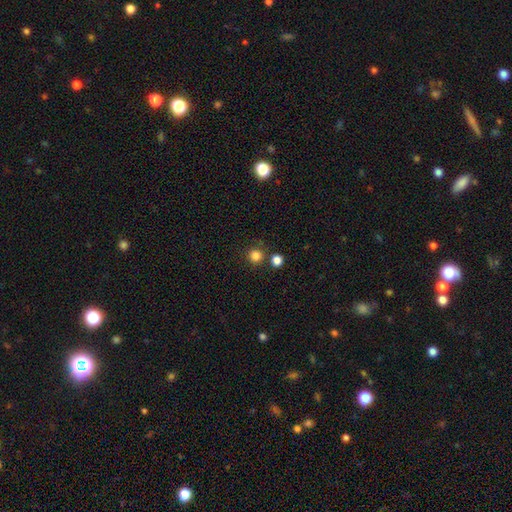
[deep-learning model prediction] Smooth or featured? smooth (82%)
How rounded? round (93%)
Merging? none (79%)